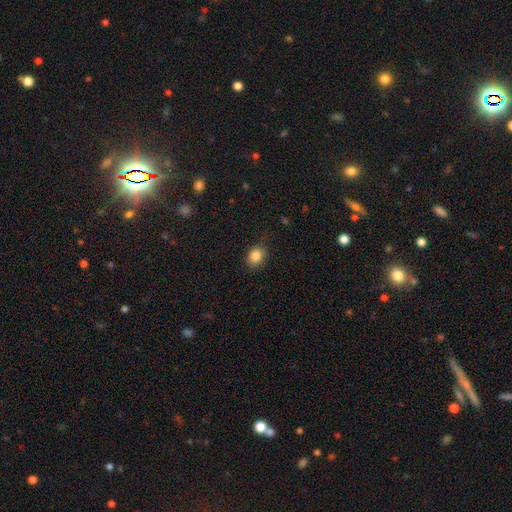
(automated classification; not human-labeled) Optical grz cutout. It shows a smooth galaxy with no disk features (85%) that is in between round and cigar-shaped (50%). Merging: none (81%).